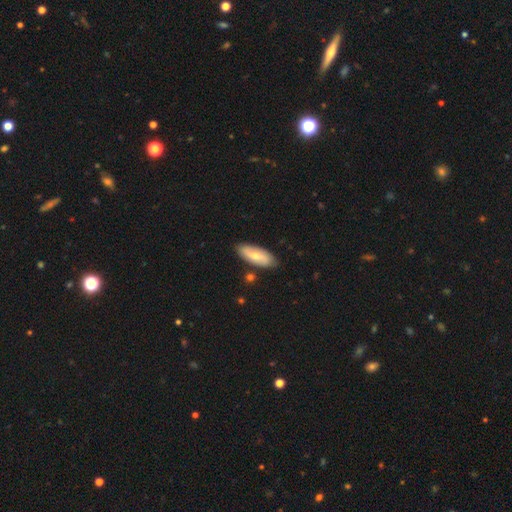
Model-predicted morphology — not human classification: type=smooth (57%); roundness=in between (74%); merging=none (84%).